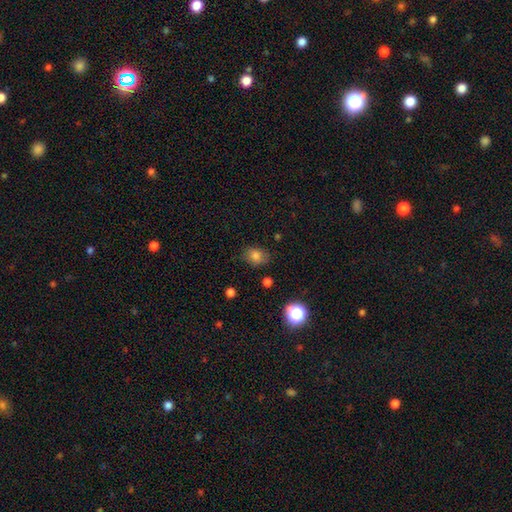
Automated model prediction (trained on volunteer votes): Smooth or featured? Predicted: smooth (p=0.79). How rounded? Predicted: in between (p=0.58). Merging? Predicted: none (p=0.75).